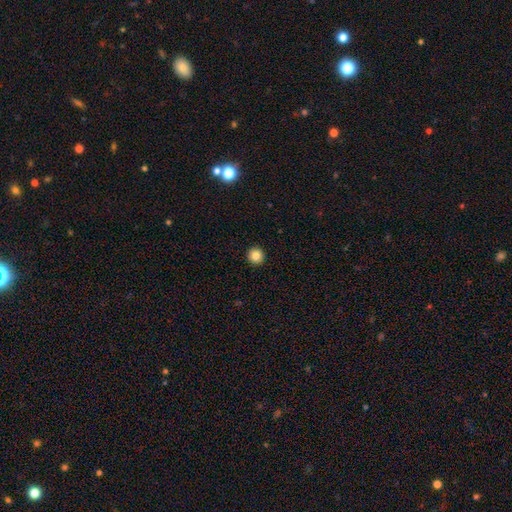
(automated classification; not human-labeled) Smooth or featured? smooth (84%)
How rounded? round (96%)
Merging? none (94%)